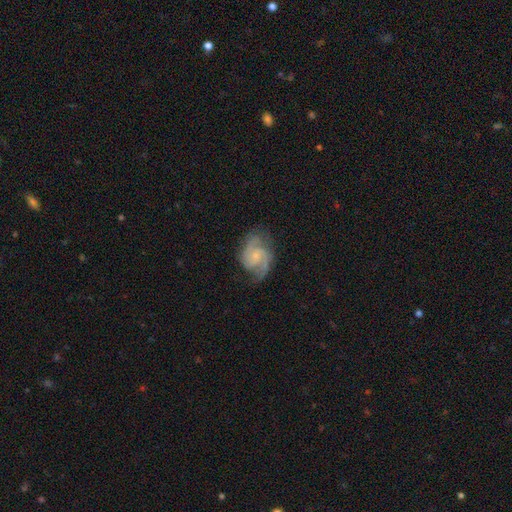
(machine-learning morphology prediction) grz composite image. It shows a featured or disk galaxy (86%) with no bar (63%), 2 (71%) medium (53%) spiral arms (97%) and a small central bulge (67%). Merging: none (70%).